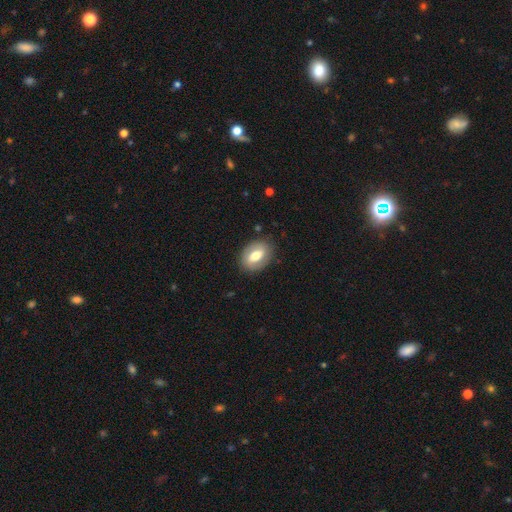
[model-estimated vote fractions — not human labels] A smooth galaxy with no disk features (58%) that is in between round and cigar-shaped (79%).

Vote fractions:
- Smooth or featured? smooth: 58% / featured or disk: 35% / star or artifact: 7%
- How rounded? in between: 79% / round: 19% / cigar-shaped: 2%
- Merging? none: 83% / minor disturbance: 12% / major disturbance: 4% / merger: 1%